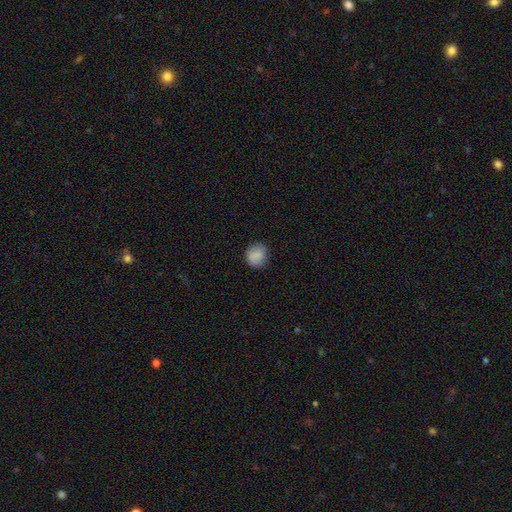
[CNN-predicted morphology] Smooth or featured? Predicted: smooth (p=0.85). How rounded? Predicted: round (p=0.78). Merging? Predicted: none (p=0.84).